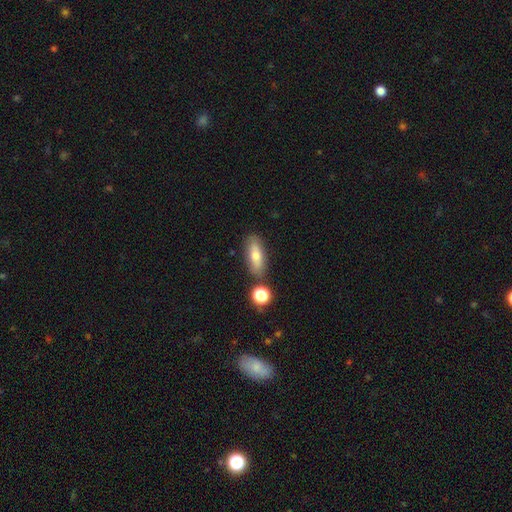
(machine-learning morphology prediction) A smooth galaxy with no disk features (65%) that is in between round and cigar-shaped (59%). Merging: none (77%).